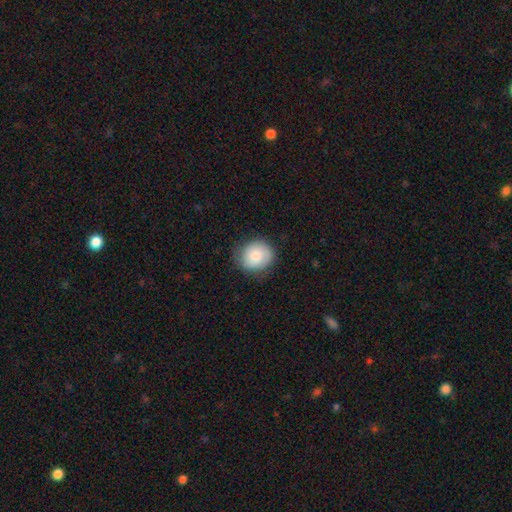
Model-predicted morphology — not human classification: smooth_or_featured: smooth (p=0.78) [alt: featured or disk p=0.15]
how_rounded: round (p=0.79) [alt: in between p=0.20]
merging: none (p=0.79) [alt: minor disturbance p=0.16]